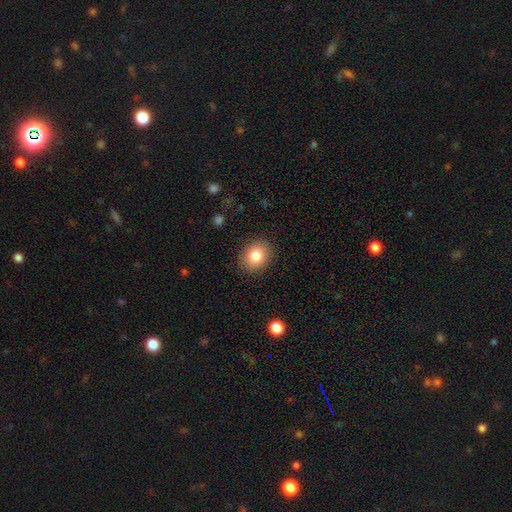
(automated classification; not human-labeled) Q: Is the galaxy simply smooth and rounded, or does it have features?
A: smooth — 83%.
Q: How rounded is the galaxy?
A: round — 54%.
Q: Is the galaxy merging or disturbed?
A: none — 88%.